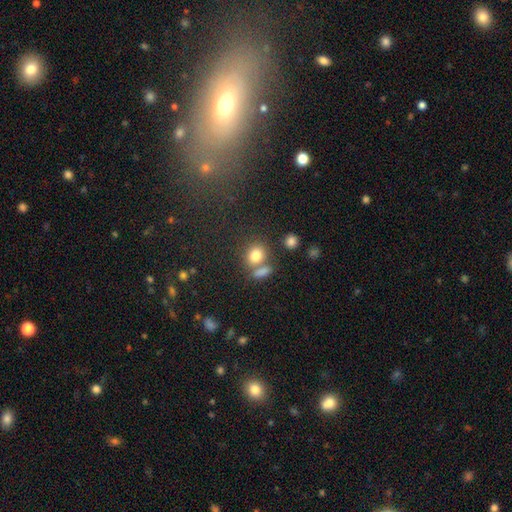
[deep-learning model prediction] This appears to be a smooth galaxy with no disk features (79%) that is round (61%). Merging: none (55%).